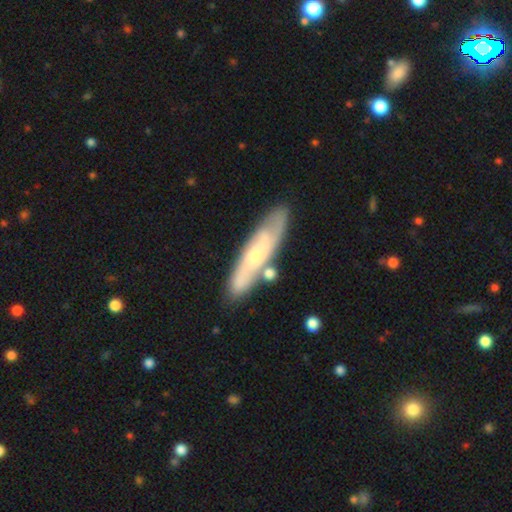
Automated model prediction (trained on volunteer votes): This is possibly a featured or disk galaxy (59%). It is likely not viewed edge-on (65%). Merging: likely none (71%).